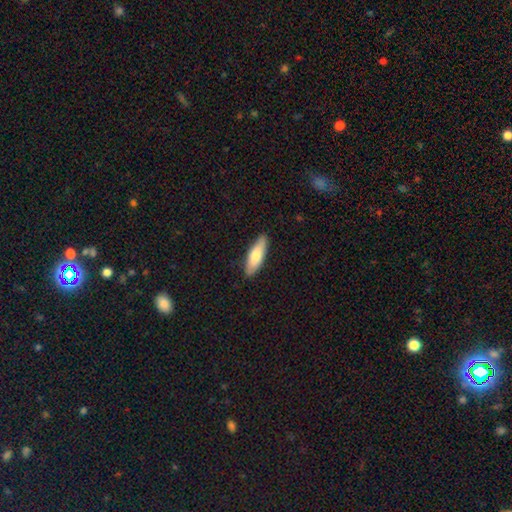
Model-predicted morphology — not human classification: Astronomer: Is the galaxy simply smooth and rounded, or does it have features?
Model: smooth — 76%.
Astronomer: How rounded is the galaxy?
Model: in between — 50% (runner-up: cigar-shaped, 48%).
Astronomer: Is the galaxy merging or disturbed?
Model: none — 88%.